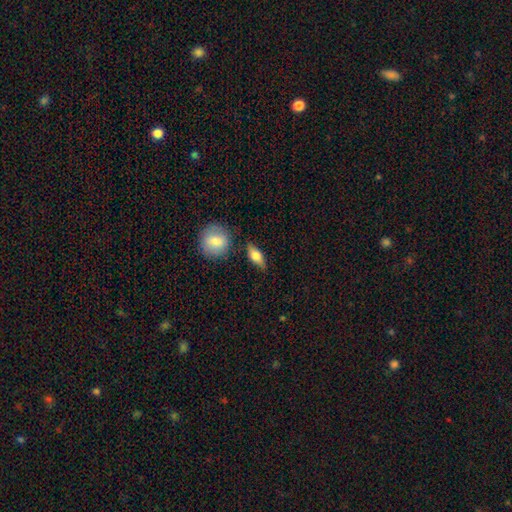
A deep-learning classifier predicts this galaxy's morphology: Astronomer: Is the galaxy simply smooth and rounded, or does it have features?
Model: smooth — 67%.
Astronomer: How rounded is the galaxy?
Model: in between — 69%.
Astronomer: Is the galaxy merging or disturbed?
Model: none — 79%.